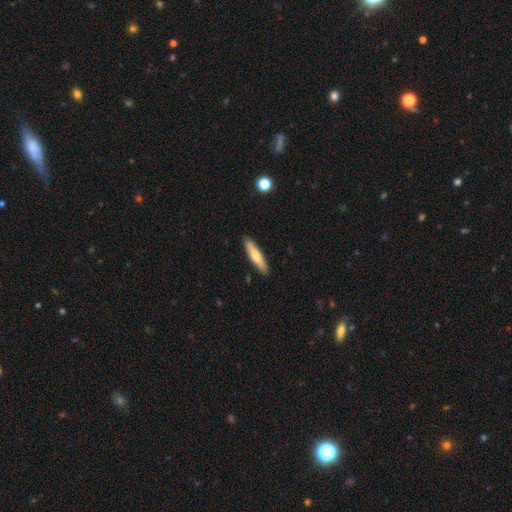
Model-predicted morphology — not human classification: This is likely a smooth galaxy (67%). How rounded: clearly cigar-shaped (83%). Merging: clearly none (90%).